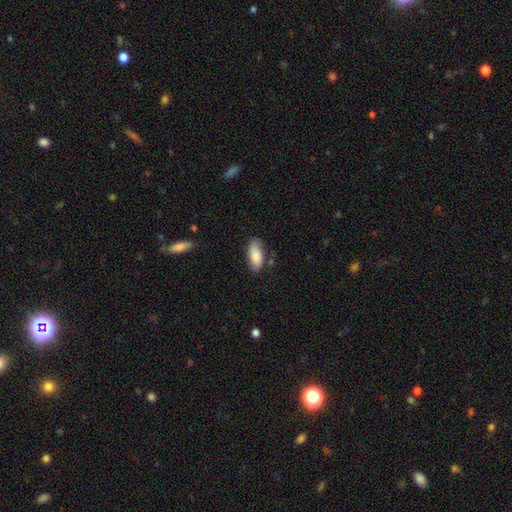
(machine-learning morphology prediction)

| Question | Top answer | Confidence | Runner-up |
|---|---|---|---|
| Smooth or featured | smooth | 86% | featured or disk (8%) |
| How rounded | in between | 87% | cigar-shaped (11%) |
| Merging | none | 72% | minor disturbance (20%) |